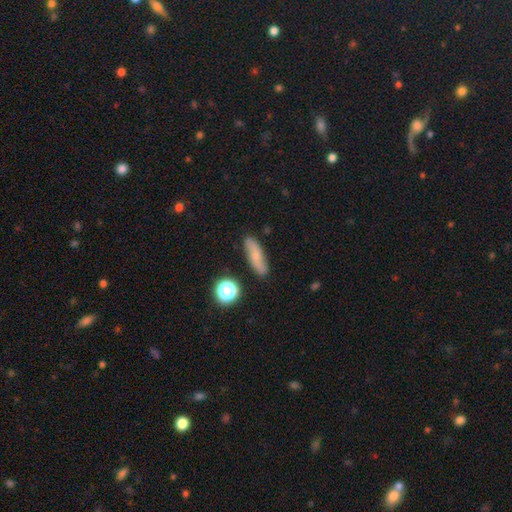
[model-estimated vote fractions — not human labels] Smooth or featured: smooth — 62% (featured or disk — 27%)
How rounded: cigar-shaped — 56% (in between — 38%)
Merging: none — 84% (minor disturbance — 11%)